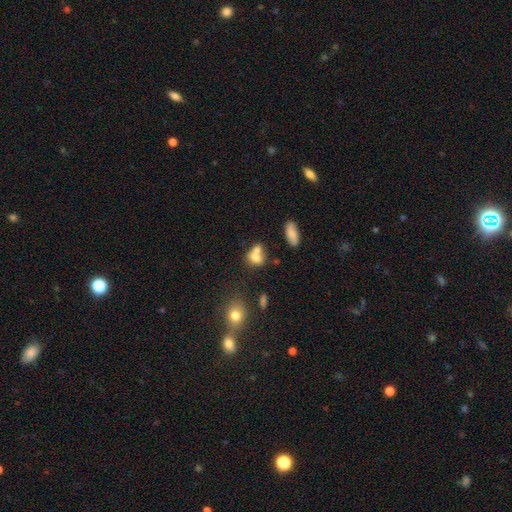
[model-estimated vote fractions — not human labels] This appears to be a smooth galaxy with no disk features (70%) that is round (50%). Merging: merger (56%).